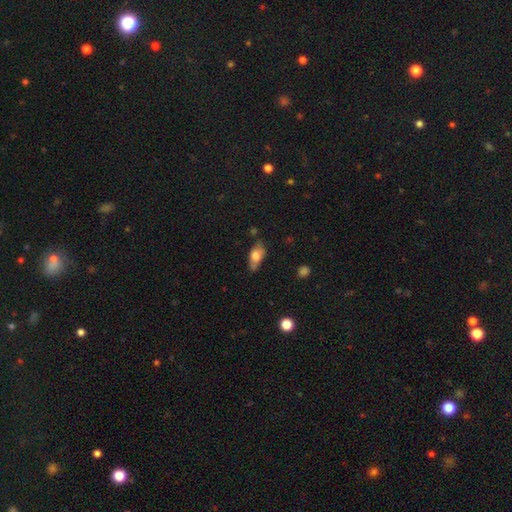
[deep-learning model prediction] Smooth or featured? Predicted: smooth (p=0.66). How rounded? Predicted: in between (p=0.84). Merging? Predicted: none (p=0.63).